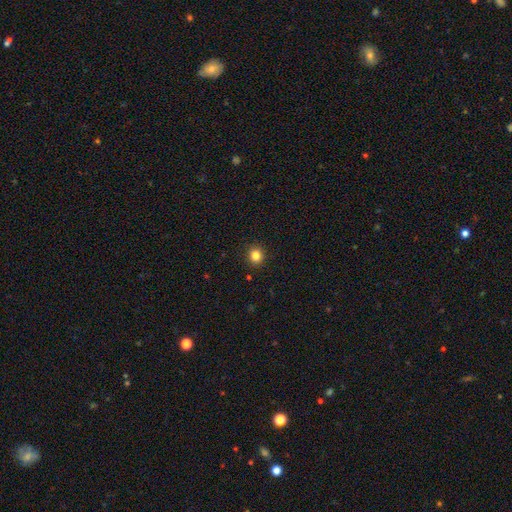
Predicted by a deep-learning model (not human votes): Smooth or featured: smooth — 83% (star or artifact — 12%)
How rounded: round — 86% (in between — 13%)
Merging: none — 92% (minor disturbance — 5%)